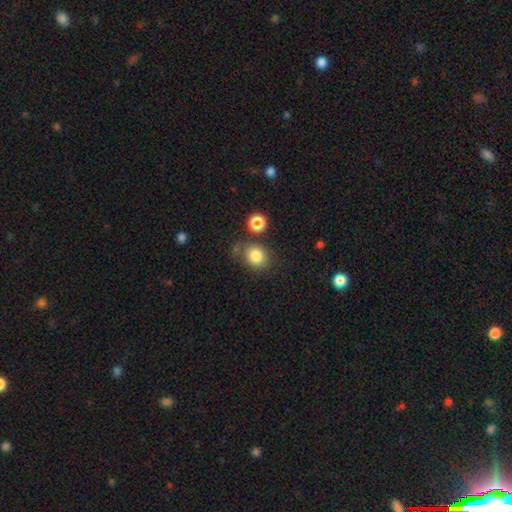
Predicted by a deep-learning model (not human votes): Smooth or featured?
  - smooth: 83% *
  - star or artifact: 11%
  - featured or disk: 6%
How rounded?
  - round: 71% *
  - in between: 28%
  - cigar-shaped: 1%
Merging?
  - none: 67% *
  - minor disturbance: 15%
  - merger: 11%
  - major disturbance: 6%